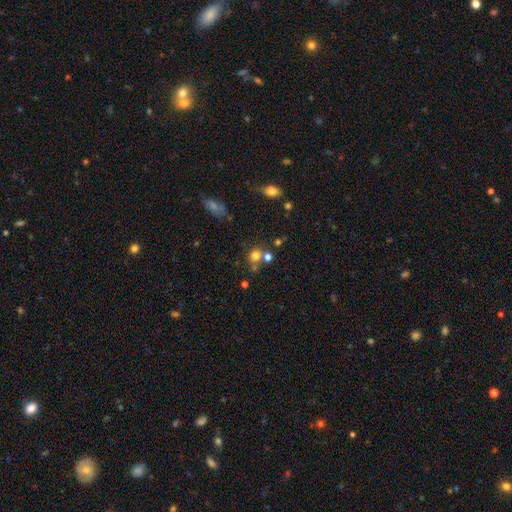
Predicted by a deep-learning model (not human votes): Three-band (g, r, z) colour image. It shows a smooth galaxy with no disk features (73%) that is round (83%). Merging: none (57%).